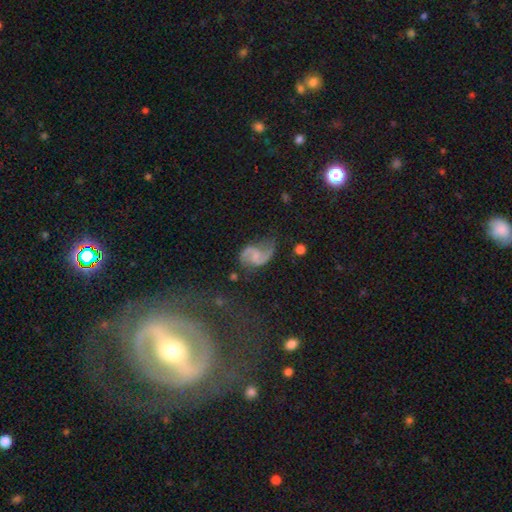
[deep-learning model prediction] The model was most divided on "bar": no: 50%, weak: 42%, strong: 9%. Remaining: edge-on disk — no (98%); spiral arms — yes (95%); spiral arm count — 2 (90%); smooth or featured — featured or disk (84%); spiral winding — loose (56%); merging — none (56%); bulge size — small (48%).